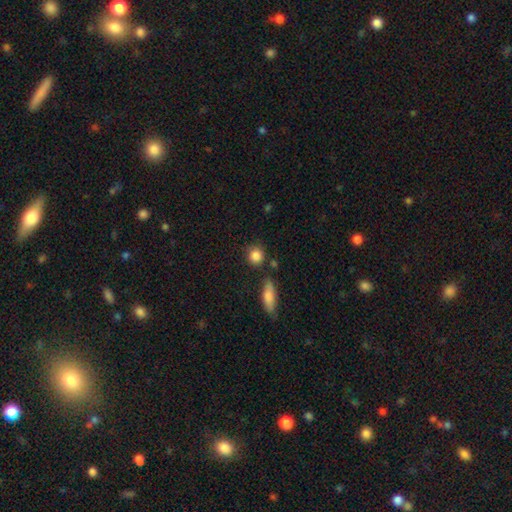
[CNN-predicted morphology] Smooth or featured?
  - smooth: 86% *
  - star or artifact: 9%
  - featured or disk: 6%
How rounded?
  - round: 84% *
  - in between: 13%
  - cigar-shaped: 2%
Merging?
  - none: 78% *
  - minor disturbance: 11%
  - merger: 8%
  - major disturbance: 3%